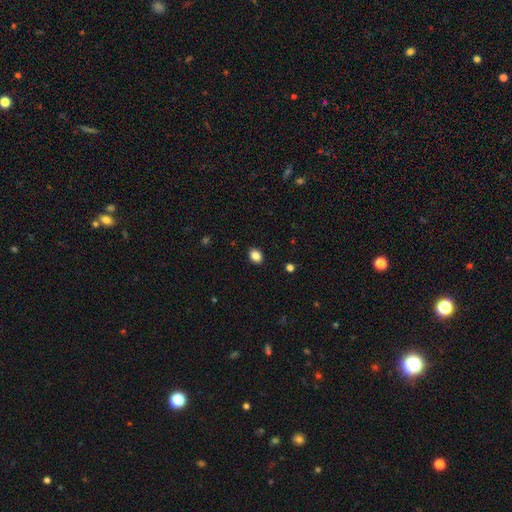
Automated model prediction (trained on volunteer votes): Overall: smooth (86%). How rounded: in between (64%; round 35%). Merging: none (90%).